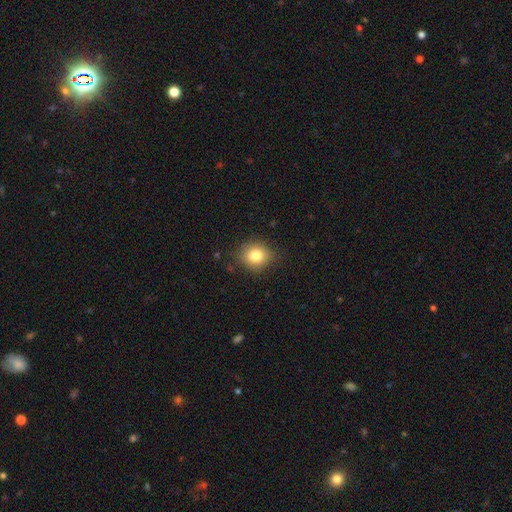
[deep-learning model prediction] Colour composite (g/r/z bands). It shows a smooth galaxy with no disk features (80%) that is round (76%). Merging: none (83%).